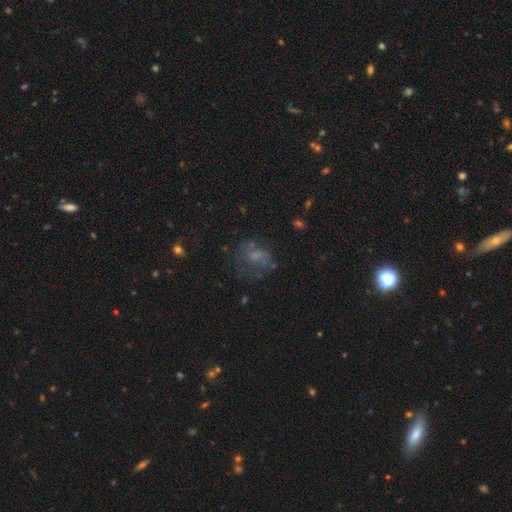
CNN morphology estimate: smooth-or-featured: smooth: 42% | featured or disk: 37% | star or artifact: 21%
  merging: none: 45% | major disturbance: 29% | minor disturbance: 21% | merger: 5%